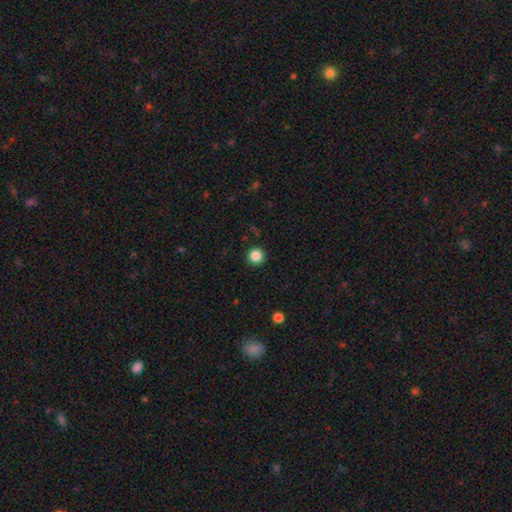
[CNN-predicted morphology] This appears to be a smooth galaxy with no disk features (86%) that is round (96%). Merging: none (93%).